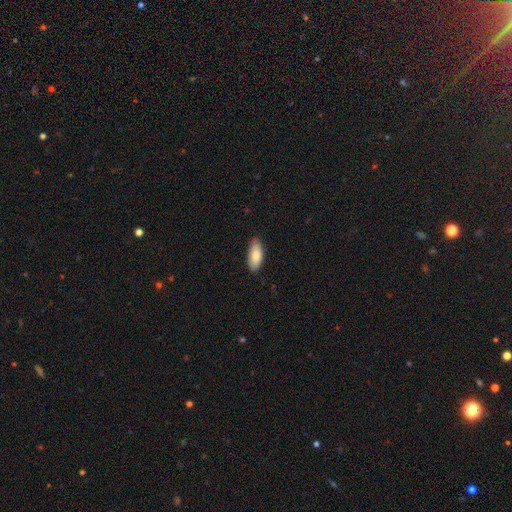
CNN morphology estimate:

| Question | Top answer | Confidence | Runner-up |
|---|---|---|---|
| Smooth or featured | smooth | 82% | featured or disk (12%) |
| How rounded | in between | 87% | cigar-shaped (11%) |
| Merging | none | 83% | minor disturbance (14%) |